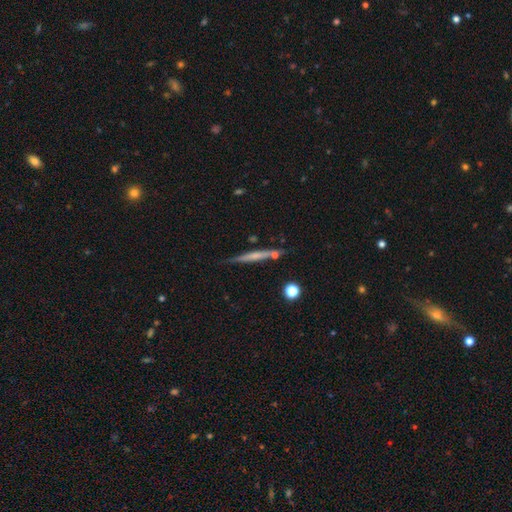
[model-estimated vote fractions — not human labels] Smooth or featured? featured or disk (48%)
Merging? none (76%)